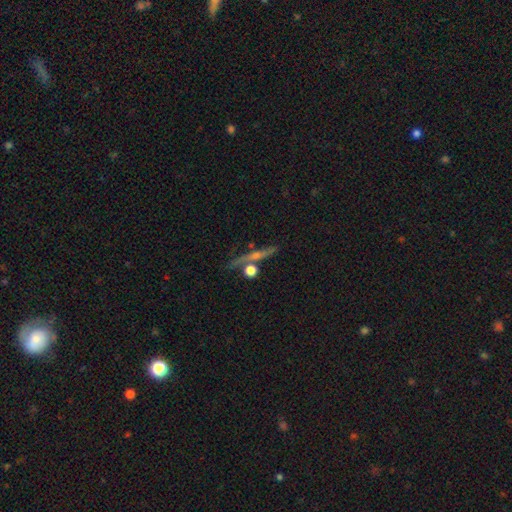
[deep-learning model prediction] The model was most divided on "smooth or featured": featured or disk: 47%, star or artifact: 27%, smooth: 26%. More confident: merging — none (59%).